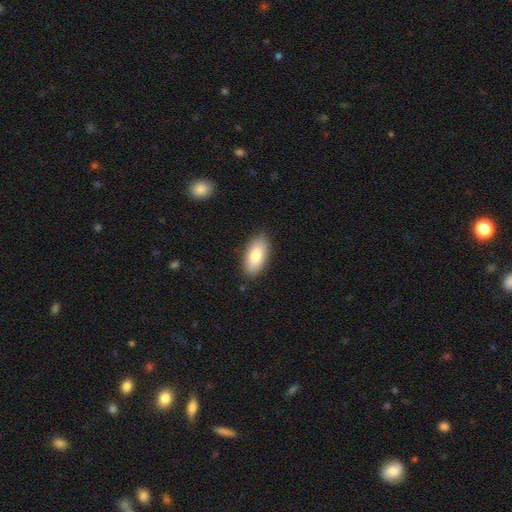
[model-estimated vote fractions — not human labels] smooth_or_featured: smooth (p=0.83) [alt: featured or disk p=0.11]
how_rounded: in between (p=0.93) [alt: cigar-shaped p=0.05]
merging: none (p=0.87) [alt: minor disturbance p=0.10]